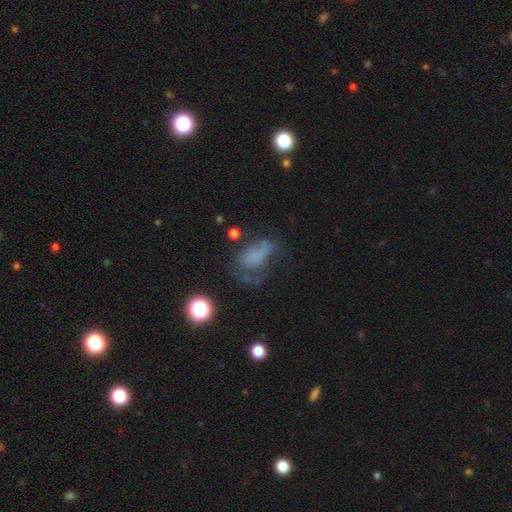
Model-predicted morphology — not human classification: The model was most divided on "merging": major disturbance: 39%, none: 30%, minor disturbance: 25%, merger: 6%. Remaining: smooth or featured — smooth (48%).